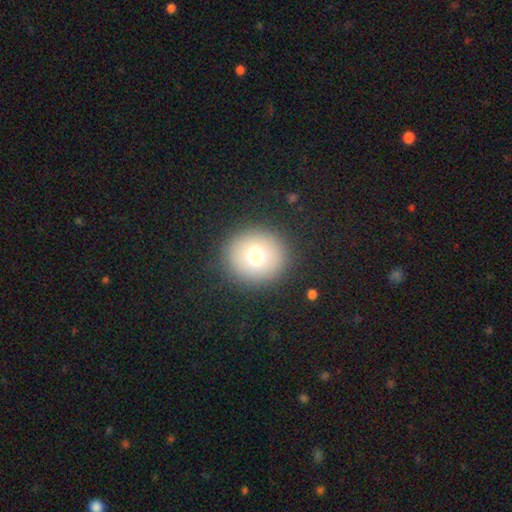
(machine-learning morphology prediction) Overall: smooth (73%). How rounded: round (89%). Merging: none (90%).